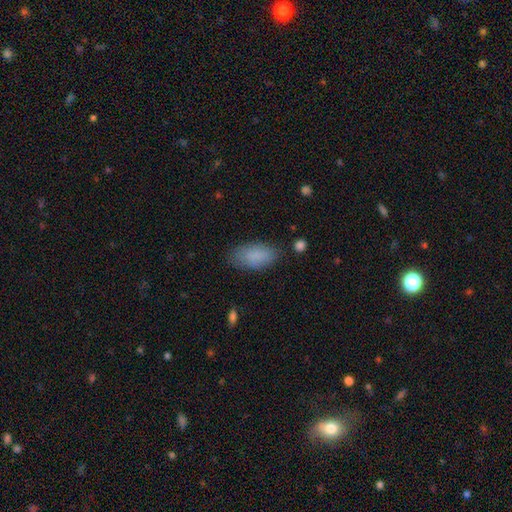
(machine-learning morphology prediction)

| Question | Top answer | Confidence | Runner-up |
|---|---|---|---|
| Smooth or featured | smooth | 86% | star or artifact (7%) |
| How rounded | in between | 92% | cigar-shaped (6%) |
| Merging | none | 76% | minor disturbance (17%) |